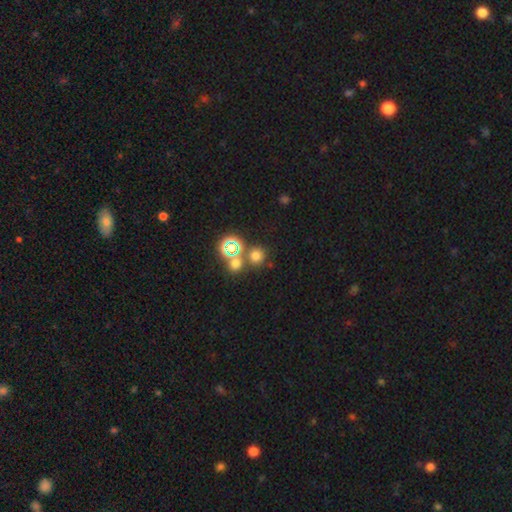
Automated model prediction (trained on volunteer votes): This appears to be a smooth galaxy with no disk features (67%) that is round (89%). Merging: none (67%).